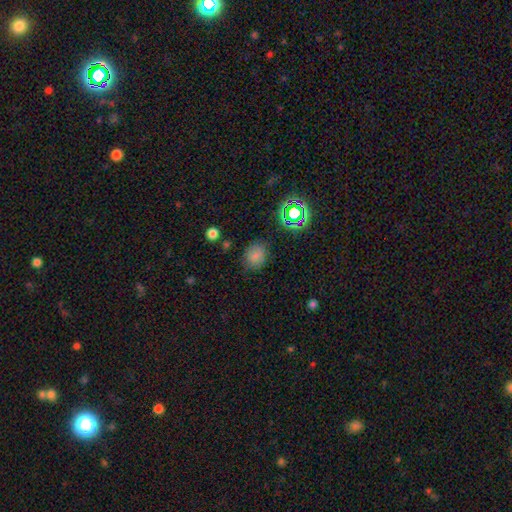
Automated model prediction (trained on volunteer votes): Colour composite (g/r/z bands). It shows a smooth galaxy with no disk features (73%) that is round (57%). Merging: none (78%).